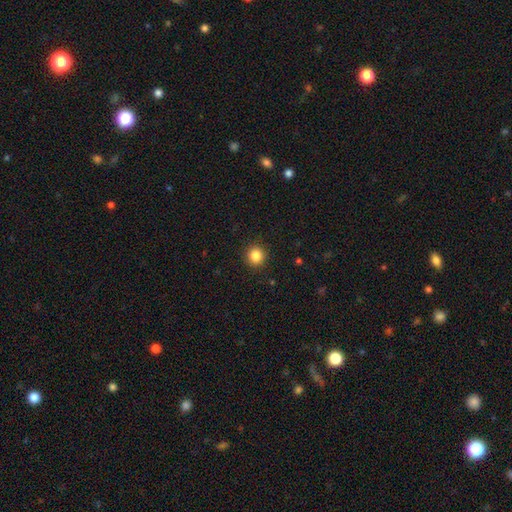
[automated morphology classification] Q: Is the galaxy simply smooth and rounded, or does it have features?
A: smooth — 85%.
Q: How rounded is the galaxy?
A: round — 93%.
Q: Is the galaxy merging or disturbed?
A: none — 92%.